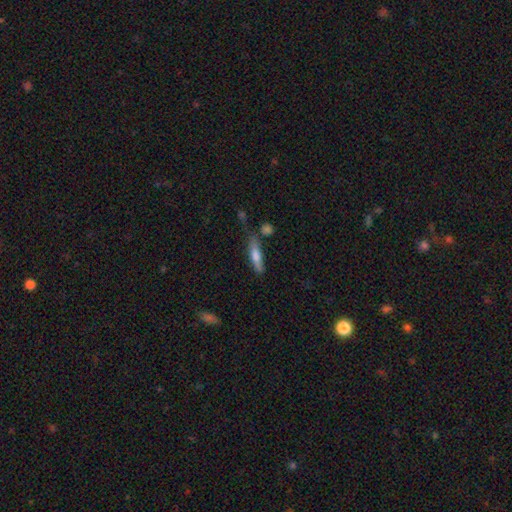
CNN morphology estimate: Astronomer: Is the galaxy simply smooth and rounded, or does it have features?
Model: smooth — 64%.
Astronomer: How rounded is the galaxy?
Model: cigar-shaped — 75%.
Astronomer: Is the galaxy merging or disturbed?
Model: none — 62%.